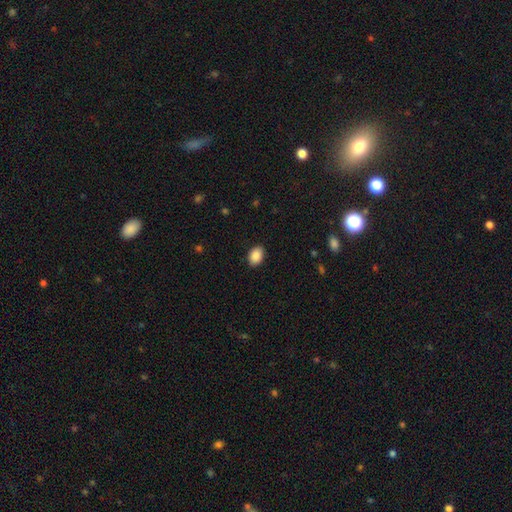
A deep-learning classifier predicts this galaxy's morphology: A smooth galaxy with no disk features (90%) that is in between round and cigar-shaped (80%).

Vote fractions:
- Smooth or featured? smooth: 90% / star or artifact: 7% / featured or disk: 3%
- How rounded? in between: 80% / round: 19% / cigar-shaped: 1%
- Merging? none: 89% / minor disturbance: 8% / major disturbance: 2% / merger: 1%